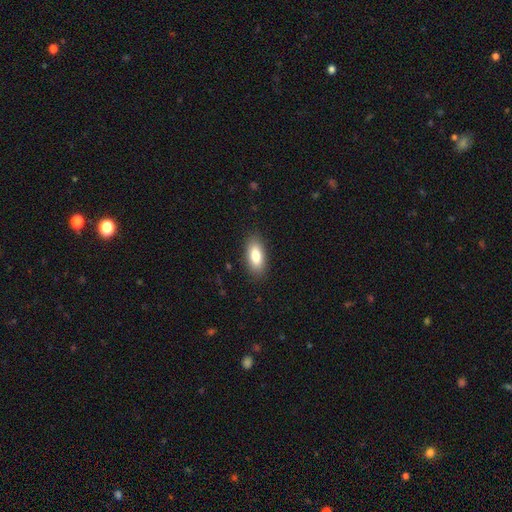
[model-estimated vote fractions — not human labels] smooth_or_featured: smooth (p=0.82) [alt: featured or disk p=0.11]
how_rounded: in between (p=0.85) [alt: cigar-shaped p=0.12]
merging: none (p=0.88) [alt: minor disturbance p=0.09]